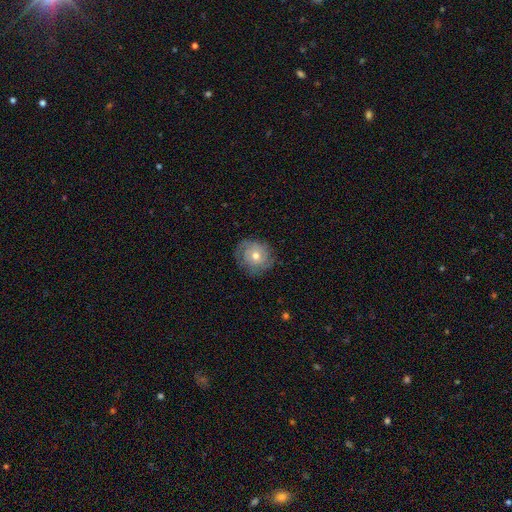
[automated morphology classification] This appears to be a featured or disk galaxy (61%) with no bar (84%), spiral arms (82%) and a moderate central bulge (73%). Merging: none (77%).